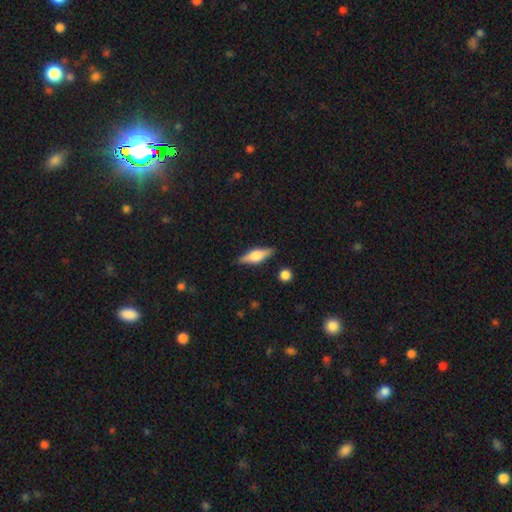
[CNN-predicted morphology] A featured or disk galaxy (48%). Merging: none (86%).